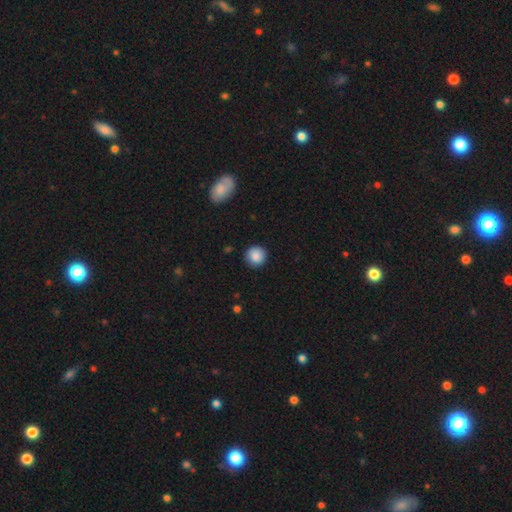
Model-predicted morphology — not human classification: The model was most divided on "smooth or featured": smooth: 87%, star or artifact: 8%, featured or disk: 5%. More confident: how rounded — round (94%); merging — none (90%).